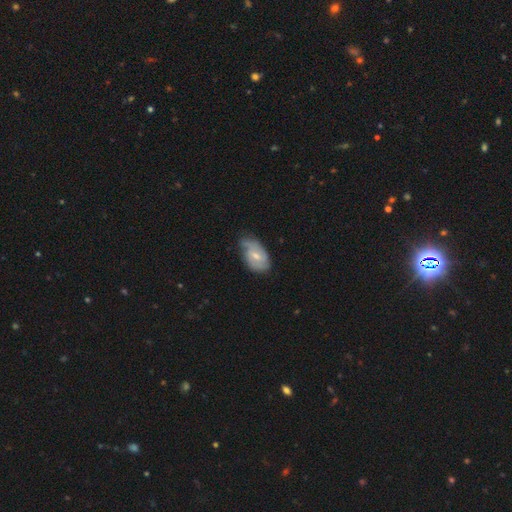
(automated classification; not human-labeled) A featured or disk galaxy (59%) with a weak bar (53%), spiral arms (83%) and a moderate central bulge (47%, tied with small).

Vote fractions:
- Smooth or featured? featured or disk: 59% / smooth: 35% / star or artifact: 6%
- Edge-on disk? no: 95% / yes: 5%
- Bar? weak: 53% / no: 36% / strong: 11%
- Spiral arms? yes: 83% / no: 17%
- Bulge size? moderate: 47% (tied) / small: 47% (tied) / none: 3% / large: 2% / dominant: 1%
- Merging? none: 50% / minor disturbance: 37% / major disturbance: 12% / merger: 2%